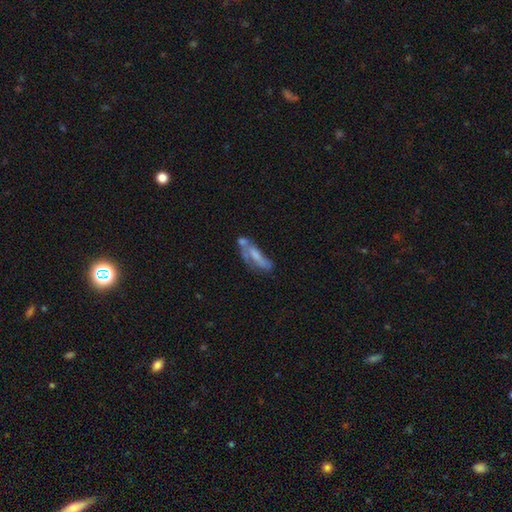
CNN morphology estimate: Smooth or featured? Predicted: smooth (p=0.50). Merging? Predicted: none (p=0.31).